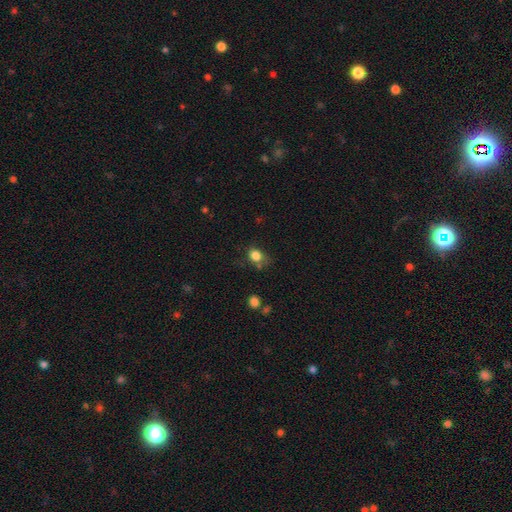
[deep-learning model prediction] Overall: smooth (82%). How rounded: in between (50%; round 49%). Merging: none (57%; minor disturbance 26%).